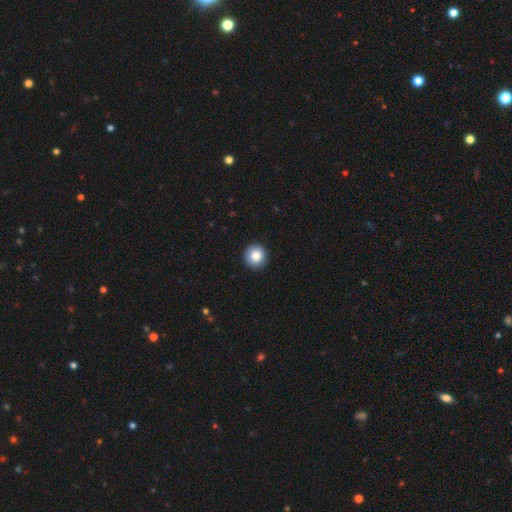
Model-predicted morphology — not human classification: A smooth galaxy with no disk features (85%) that is round (95%). Merging: none (93%).